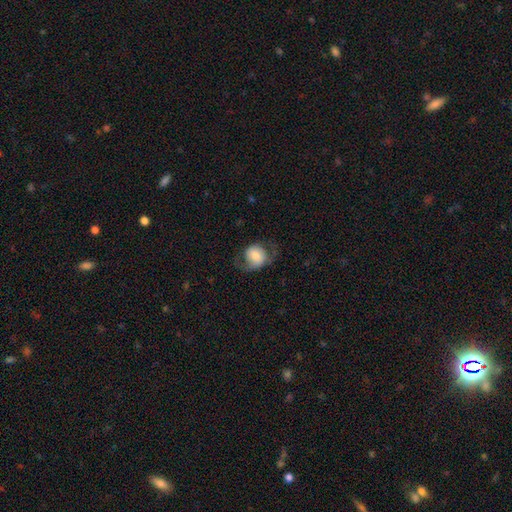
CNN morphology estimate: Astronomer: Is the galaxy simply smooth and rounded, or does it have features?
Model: smooth — 52% (runner-up: featured or disk, 40%).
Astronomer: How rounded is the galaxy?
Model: round — 66%.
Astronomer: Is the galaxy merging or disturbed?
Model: none — 56%.